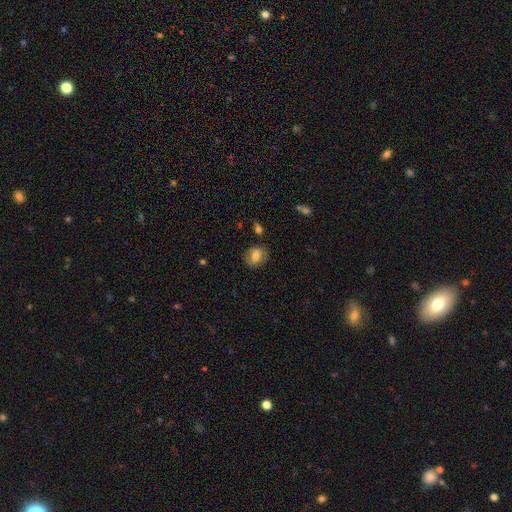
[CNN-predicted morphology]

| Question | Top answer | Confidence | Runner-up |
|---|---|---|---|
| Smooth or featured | smooth | 77% | featured or disk (14%) |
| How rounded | round | 57% | in between (41%) |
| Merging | none | 80% | minor disturbance (14%) |